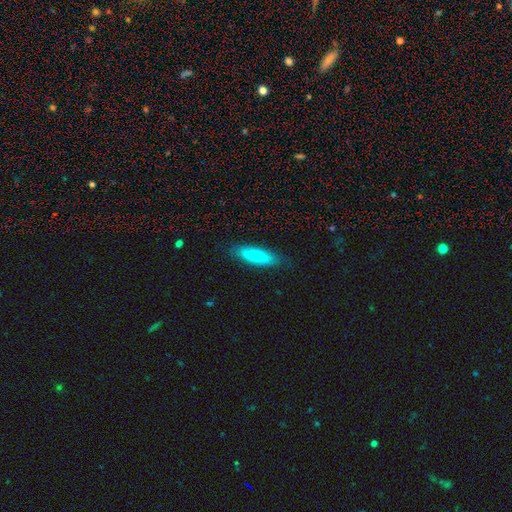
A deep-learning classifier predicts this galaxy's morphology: A smooth galaxy with no disk features (85%) that is cigar-shaped (59%). Merging: none (84%).